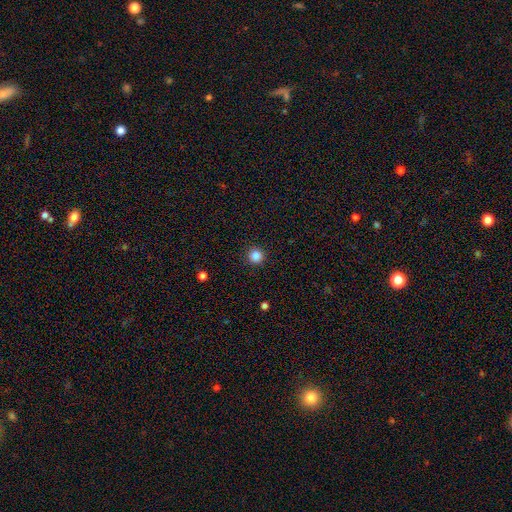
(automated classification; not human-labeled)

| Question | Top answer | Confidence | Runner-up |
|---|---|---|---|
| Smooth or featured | smooth | 85% | star or artifact (11%) |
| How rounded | round | 95% | in between (4%) |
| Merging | none | 92% | minor disturbance (5%) |